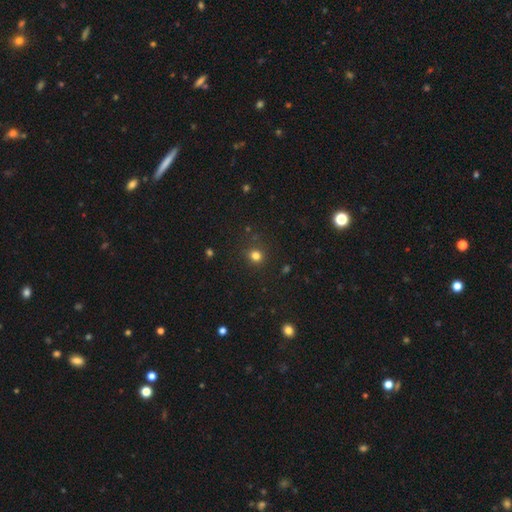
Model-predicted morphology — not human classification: Q: Smooth or featured?
A: smooth (79%); runner-up: star or artifact (16%)
Q: How rounded?
A: round (85%); runner-up: in between (14%)
Q: Merging?
A: none (86%); runner-up: minor disturbance (9%)